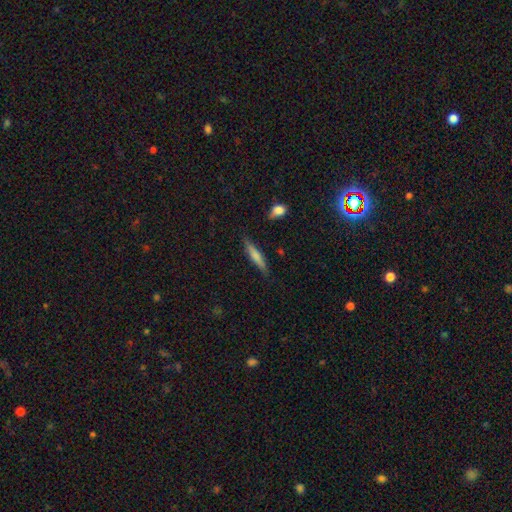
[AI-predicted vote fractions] smooth 64%, featured or disk 30%, star or artifact 6%. Down the decision tree: how rounded — cigar-shaped (88%); merging — none (83%).